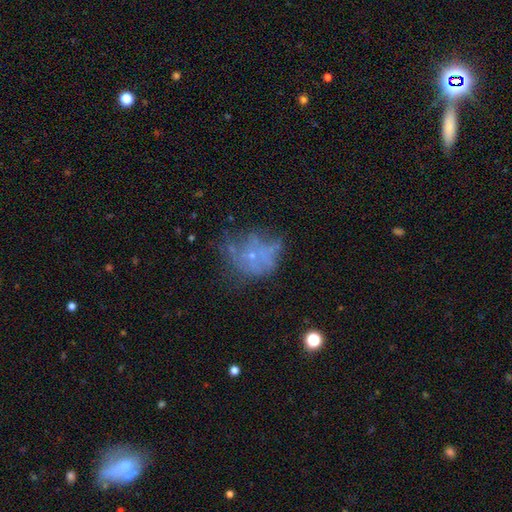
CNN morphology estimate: Q: Smooth or featured?
A: featured or disk (47%); runner-up: smooth (33%)
Q: Merging?
A: none (42%); runner-up: major disturbance (28%)